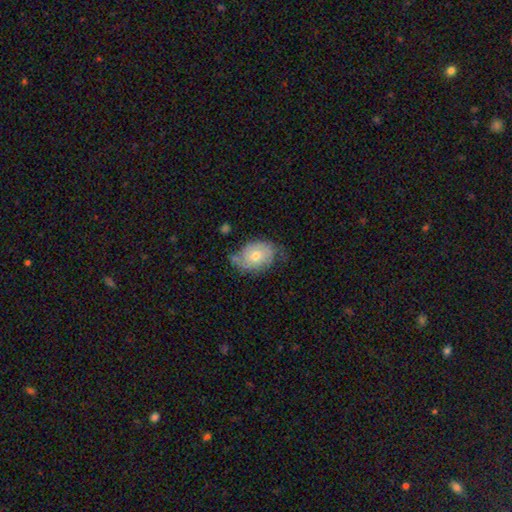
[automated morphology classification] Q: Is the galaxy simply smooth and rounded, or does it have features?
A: smooth — 48%.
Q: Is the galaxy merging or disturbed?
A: none — 53%.